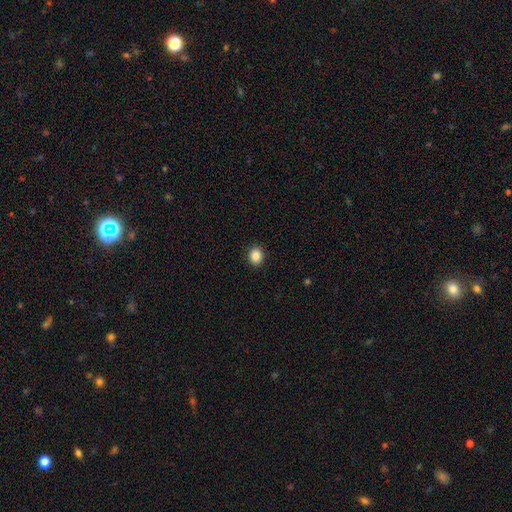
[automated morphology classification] smooth-or-featured: smooth: 86% | star or artifact: 10% | featured or disk: 5%
  how-rounded: round: 63% | in between: 37% | cigar-shaped: 1%
  merging: none: 92% | minor disturbance: 6% | major disturbance: 2% | merger: 1%